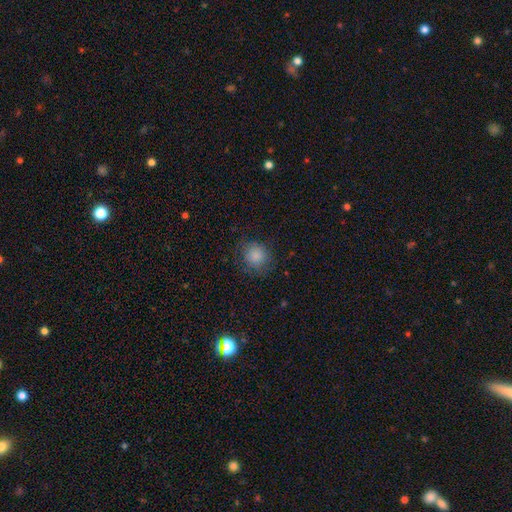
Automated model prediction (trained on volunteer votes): smooth 85%, star or artifact 9%, featured or disk 6%. Down the decision tree: how rounded — round (86%); merging — none (79%).